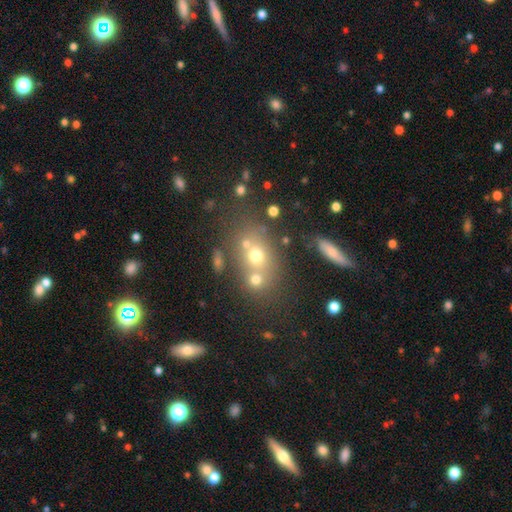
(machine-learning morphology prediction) Q: Smooth or featured?
A: smooth (60%); runner-up: featured or disk (21%)
Q: How rounded?
A: in between (48%); tied with: round (48%)
Q: Merging?
A: none (49%); runner-up: merger (35%)